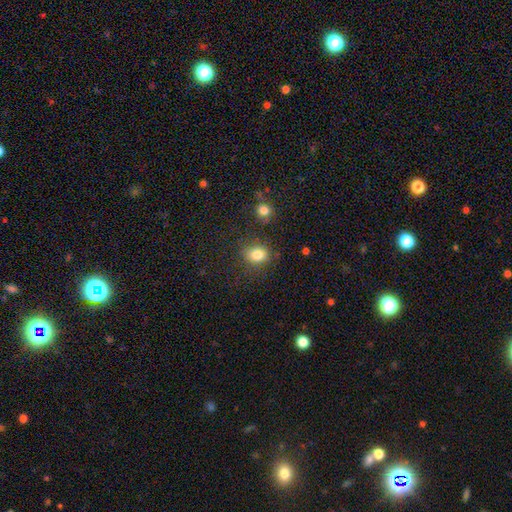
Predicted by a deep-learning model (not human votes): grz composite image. It shows a smooth galaxy with no disk features (82%) that is round (54%). Merging: none (80%).